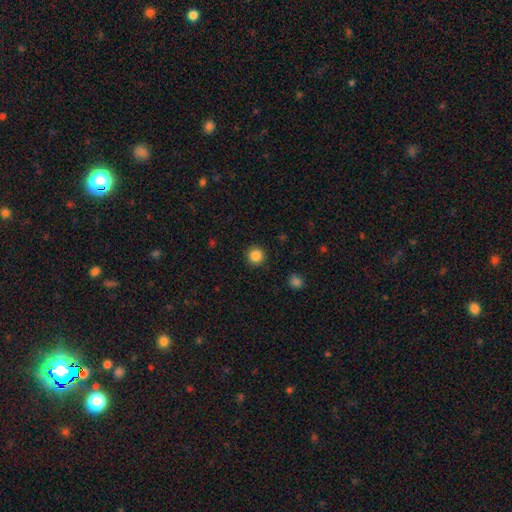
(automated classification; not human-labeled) smooth_or_featured: smooth (p=0.86) [alt: star or artifact p=0.11]
how_rounded: round (p=0.95) [alt: in between p=0.04]
merging: none (p=0.92) [alt: minor disturbance p=0.05]